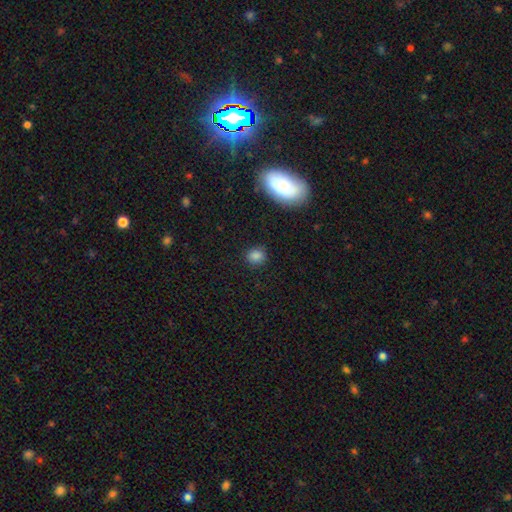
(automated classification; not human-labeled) Smooth or featured: smooth — 81% (star or artifact — 14%)
How rounded: round — 76% (in between — 23%)
Merging: none — 87% (minor disturbance — 9%)